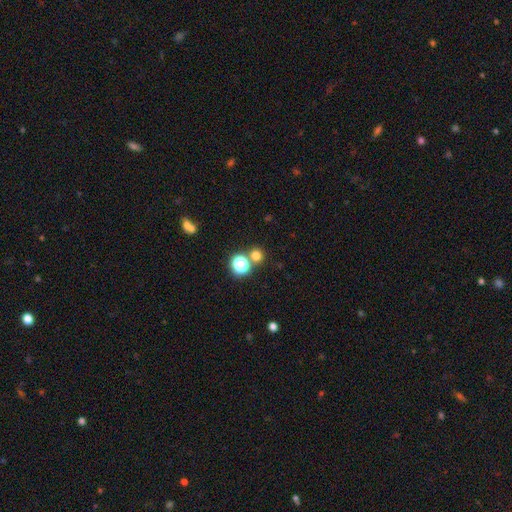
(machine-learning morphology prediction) Smooth or featured?
  - smooth: 70% *
  - star or artifact: 24%
  - featured or disk: 6%
How rounded?
  - round: 91% *
  - in between: 8%
  - cigar-shaped: 1%
Merging?
  - none: 72% *
  - merger: 18%
  - minor disturbance: 6%
  - major disturbance: 3%